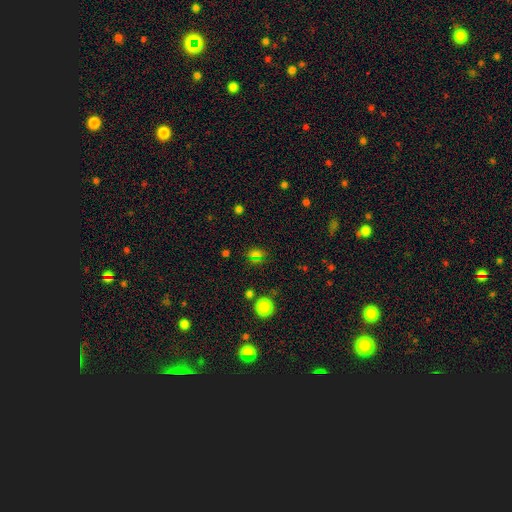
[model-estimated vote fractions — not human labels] A smooth galaxy with no disk features (54%) that is round (57%).

Vote fractions:
- Smooth or featured? smooth: 54% / star or artifact: 38% / featured or disk: 8%
- How rounded? round: 57% / in between: 39% / cigar-shaped: 4%
- Merging? none: 82% / minor disturbance: 10% / major disturbance: 5% / merger: 3%